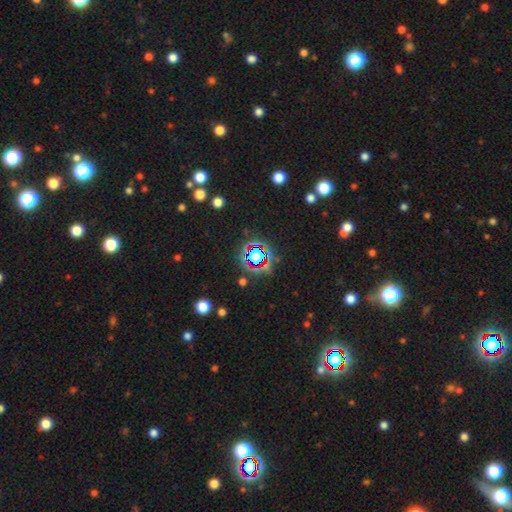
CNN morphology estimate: star or artifact 68%, smooth 21%, featured or disk 11%.